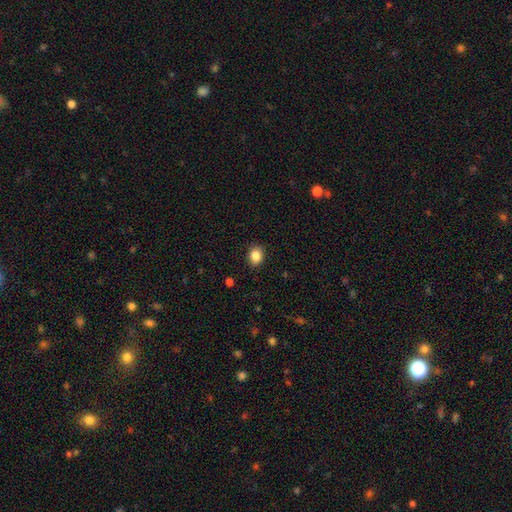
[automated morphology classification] Smooth or featured: smooth — 86% (star or artifact — 10%)
How rounded: in between — 50% (round — 49%)
Merging: none — 89% (minor disturbance — 8%)